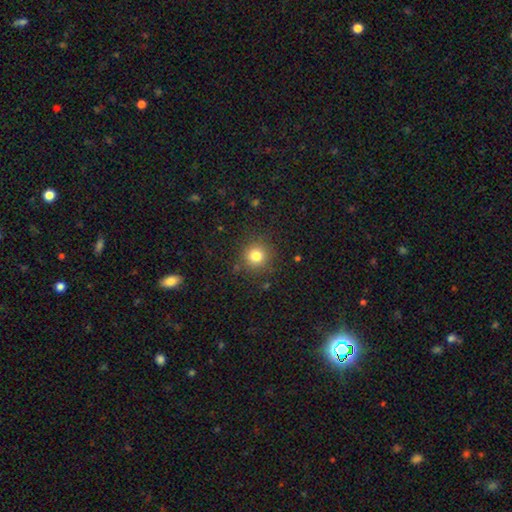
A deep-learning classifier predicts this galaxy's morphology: This is likely a smooth galaxy (80%). How rounded: clearly round (94%). Merging: clearly none (87%).